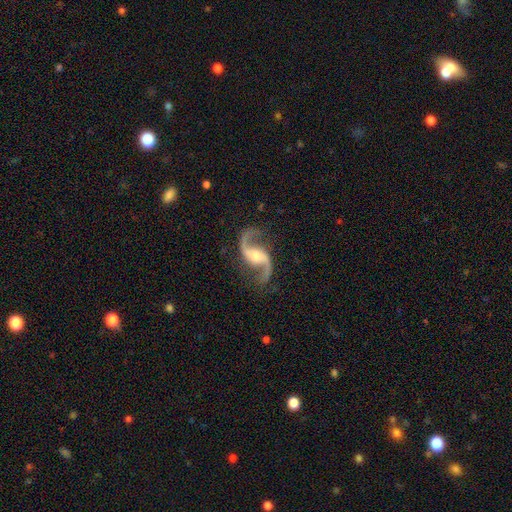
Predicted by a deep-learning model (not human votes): Morphology: type=featured or disk (93%); edge-on=no (97%); bar=weak (41%); spiral arms=yes (98%); winding=loose (71%); arm count=2 (95%); bulge=moderate (56%); merging=none (83%).